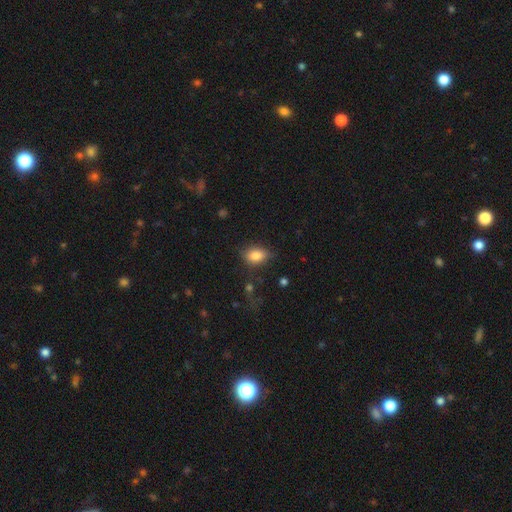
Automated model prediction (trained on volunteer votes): Q: Smooth or featured?
A: smooth (82%); runner-up: featured or disk (9%)
Q: How rounded?
A: in between (78%); runner-up: round (20%)
Q: Merging?
A: none (67%); runner-up: minor disturbance (23%)